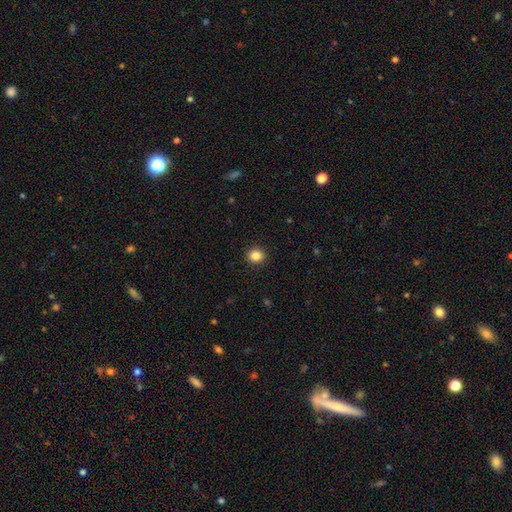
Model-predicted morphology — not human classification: Overall: smooth (85%). How rounded: round (85%). Merging: none (92%).